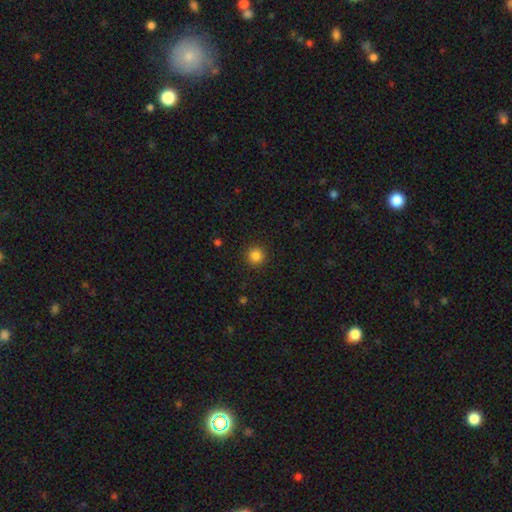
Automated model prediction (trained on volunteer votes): Morphology: type=smooth (85%); roundness=round (94%); merging=none (92%).